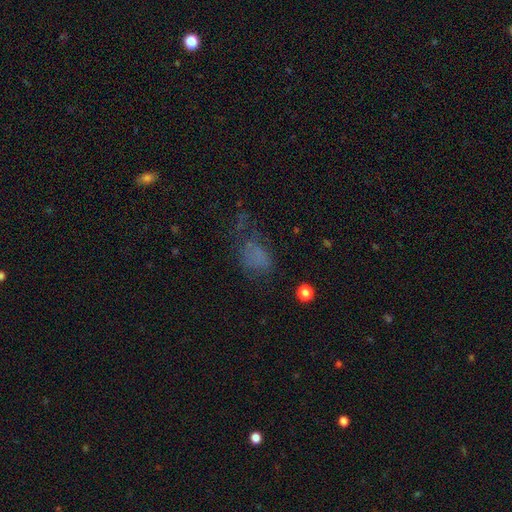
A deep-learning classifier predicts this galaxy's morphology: Smooth or featured? Predicted: smooth (p=0.54). How rounded? Predicted: in between (p=0.77). Merging? Predicted: none (p=0.37).